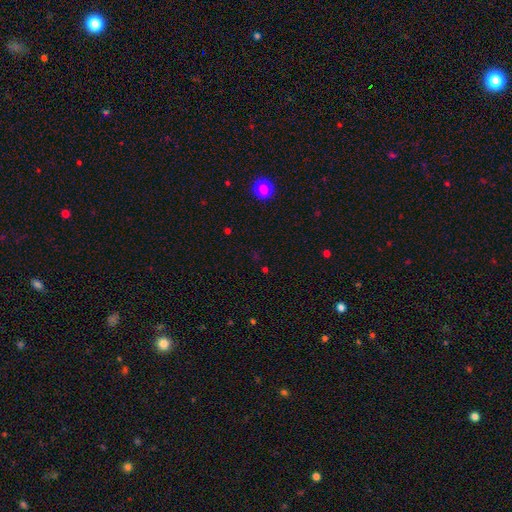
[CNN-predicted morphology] Overall: star or artifact (58%; smooth 35%).